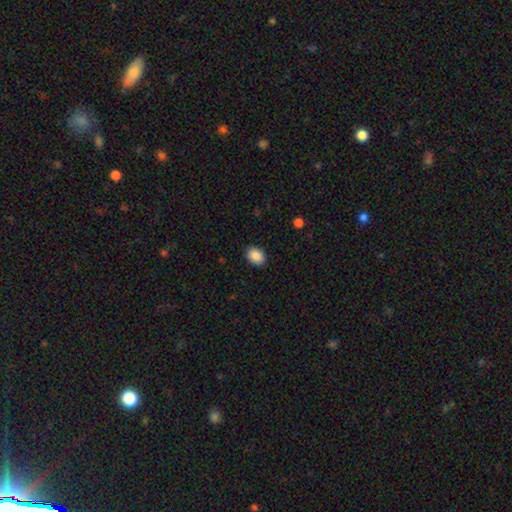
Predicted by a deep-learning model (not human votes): Morphology: type=smooth (89%); roundness=in between (76%); merging=none (89%).